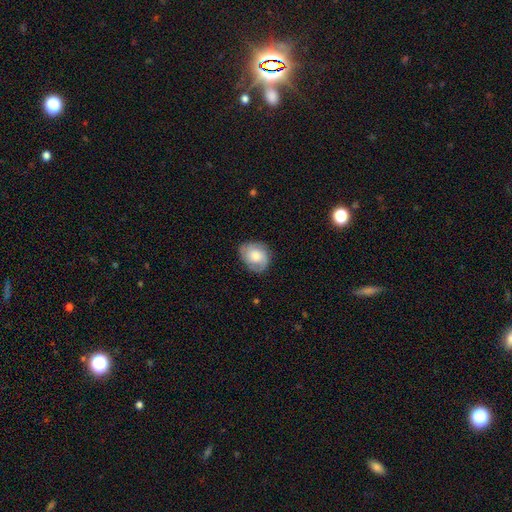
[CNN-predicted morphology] smooth-or-featured: smooth: 53% | featured or disk: 39% | star or artifact: 8%
  how-rounded: in between: 50% | round: 49% | cigar-shaped: 1%
  merging: none: 74% | minor disturbance: 19% | major disturbance: 6% | merger: 1%